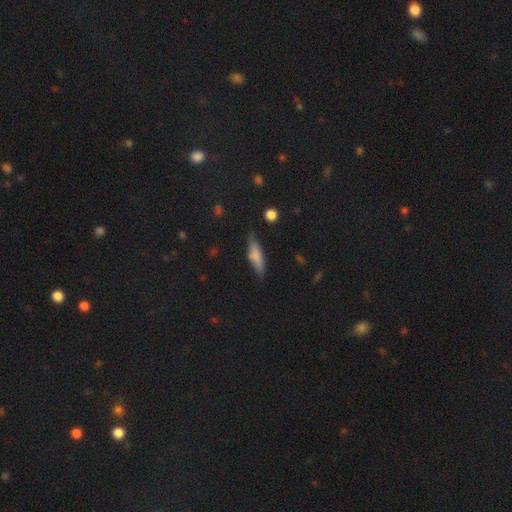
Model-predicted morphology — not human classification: The model was most divided on "how rounded": cigar-shaped: 60%, in between: 37%, round: 2%. More confident: merging — none (70%); smooth or featured — smooth (69%).